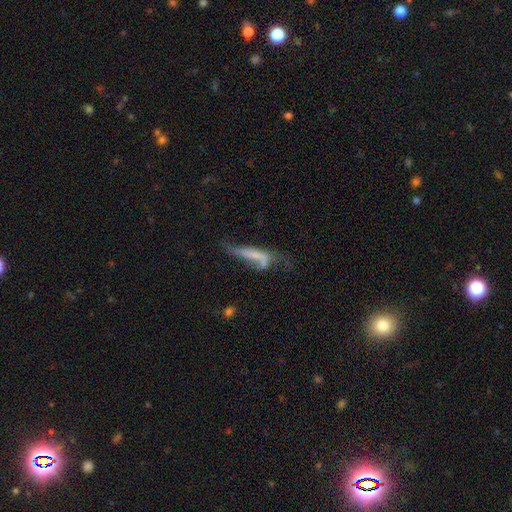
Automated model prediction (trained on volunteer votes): A featured or disk galaxy (48%). Merging: major disturbance (40%).